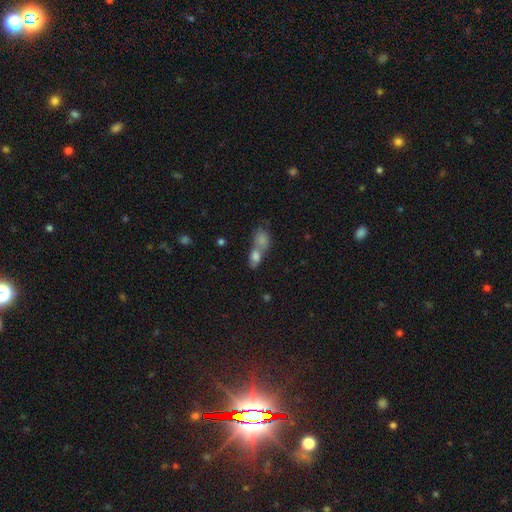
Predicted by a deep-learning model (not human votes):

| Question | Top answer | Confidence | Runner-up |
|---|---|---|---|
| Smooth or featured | smooth | 79% | featured or disk (12%) |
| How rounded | in between | 73% | round (22%) |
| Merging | merger | 69% | none (20%) |